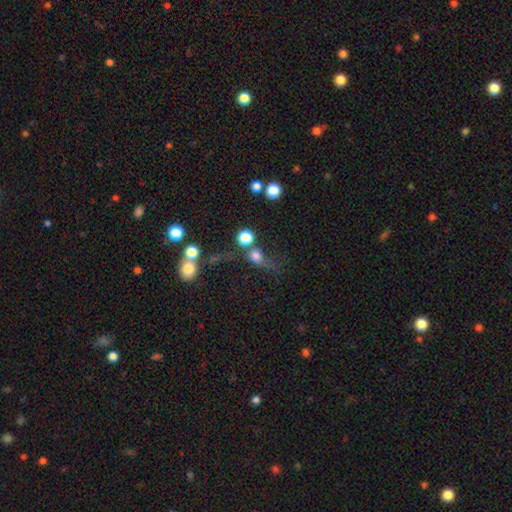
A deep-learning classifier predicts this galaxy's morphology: Smooth or featured? Predicted: smooth (p=0.70). How rounded? Predicted: round (p=0.74). Merging? Predicted: none (p=0.39).